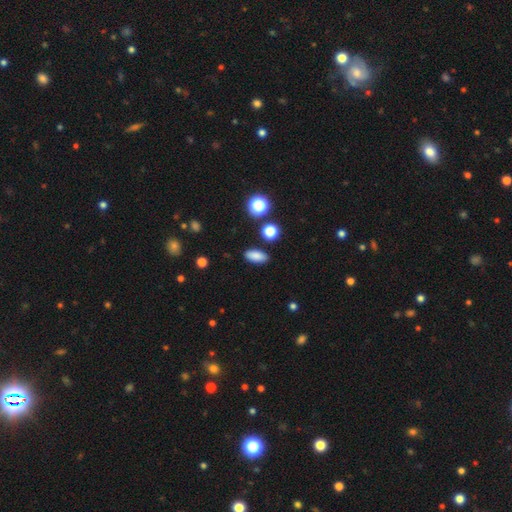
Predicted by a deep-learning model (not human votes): The model was most divided on "how rounded": in between: 81%, cigar-shaped: 13%, round: 7%. More confident: merging — none (87%); smooth or featured — smooth (83%).